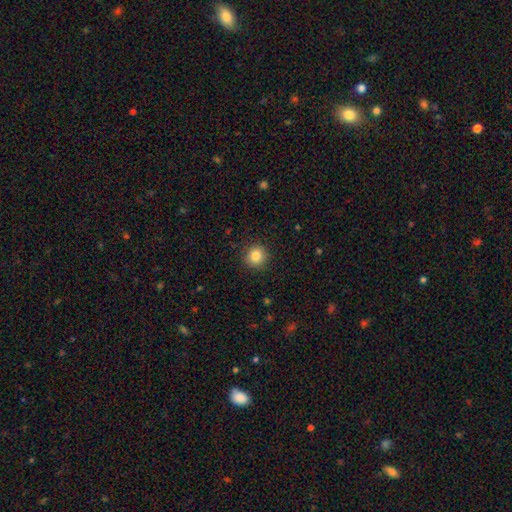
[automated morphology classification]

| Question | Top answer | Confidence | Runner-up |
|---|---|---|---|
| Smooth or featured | smooth | 84% | star or artifact (10%) |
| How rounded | round | 93% | in between (6%) |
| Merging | none | 90% | minor disturbance (7%) |